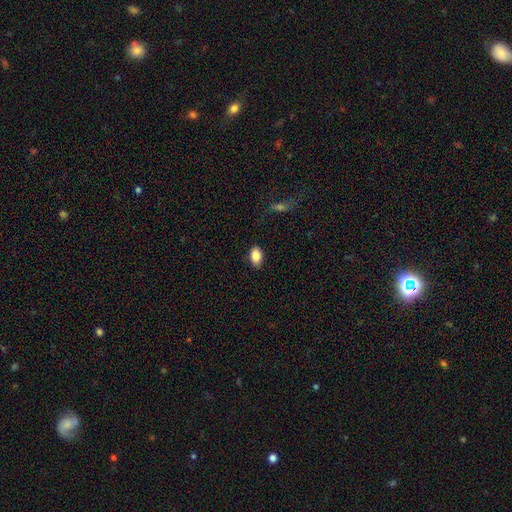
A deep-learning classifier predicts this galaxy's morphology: smooth-or-featured: smooth: 85% | star or artifact: 8% | featured or disk: 7%
  how-rounded: in between: 89% | round: 9% | cigar-shaped: 2%
  merging: none: 85% | minor disturbance: 12% | major disturbance: 2% | merger: 1%